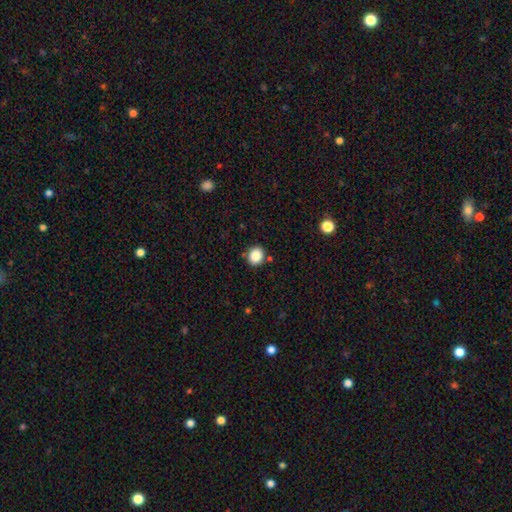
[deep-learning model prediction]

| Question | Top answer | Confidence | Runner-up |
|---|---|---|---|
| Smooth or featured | smooth | 86% | star or artifact (10%) |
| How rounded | round | 78% | in between (21%) |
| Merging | none | 85% | minor disturbance (8%) |